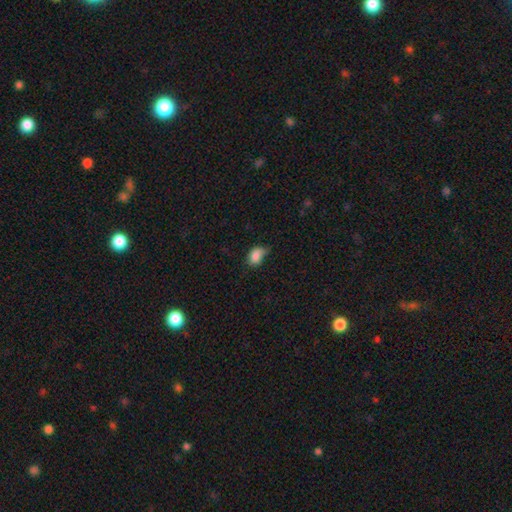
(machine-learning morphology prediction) This is clearly a smooth galaxy (84%). How rounded: likely in between (77%). Merging: marginally minor disturbance (44%).